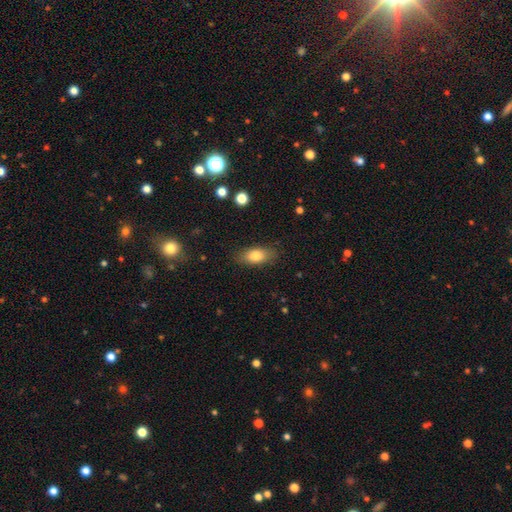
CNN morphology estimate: Smooth or featured? smooth (81%)
How rounded? in between (85%)
Merging? none (84%)